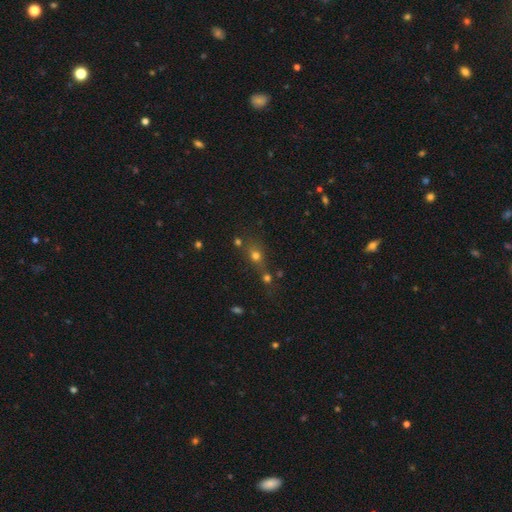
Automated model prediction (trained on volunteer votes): A smooth galaxy with no disk features (65%) that is round (65%). Merging: none (47%).